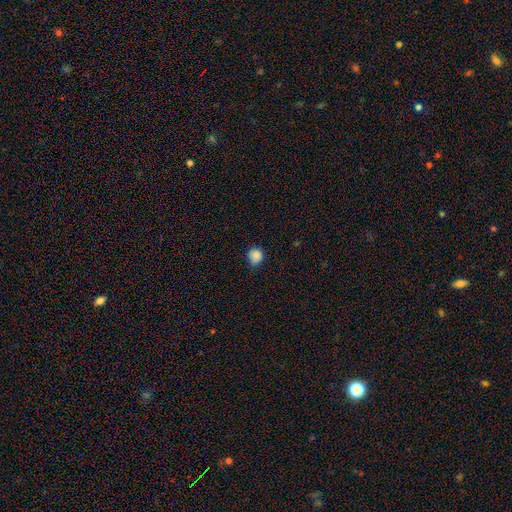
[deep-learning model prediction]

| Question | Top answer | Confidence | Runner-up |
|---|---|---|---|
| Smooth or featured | smooth | 86% | star or artifact (10%) |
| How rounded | round | 78% | in between (21%) |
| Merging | none | 68% | minor disturbance (27%) |